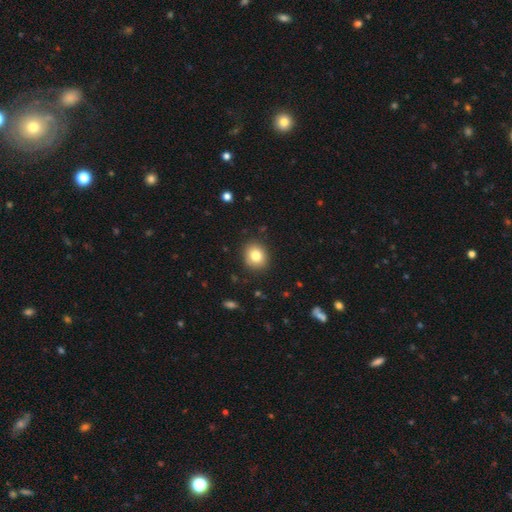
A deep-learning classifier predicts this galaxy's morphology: This is clearly a smooth galaxy (81%). How rounded: likely round (73%). Merging: clearly none (89%).